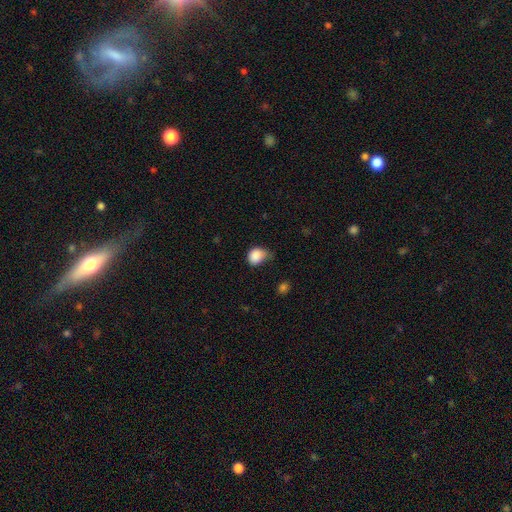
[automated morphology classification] Overall: smooth (87%). How rounded: round (51%; in between 48%). Merging: minor disturbance (46%; none 36%).